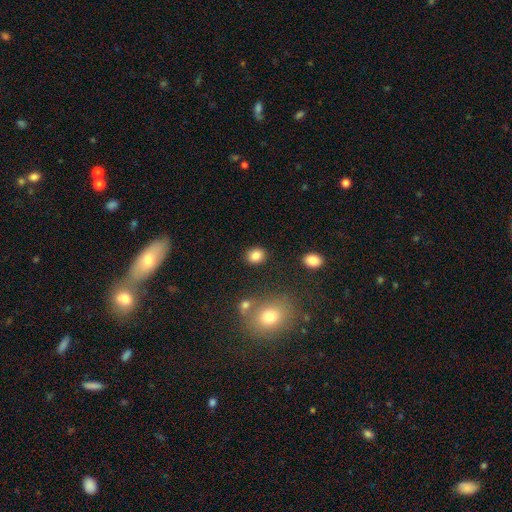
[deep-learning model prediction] A smooth galaxy with no disk features (85%) that is round (62%). Merging: none (85%).